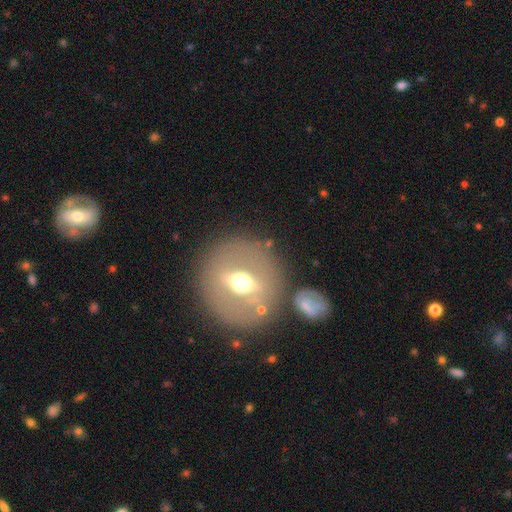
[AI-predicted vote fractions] smooth_or_featured: featured or disk (p=0.52) [alt: smooth p=0.36]
disk_edge_on: no (p=0.82) [alt: yes p=0.18]
merging: none (p=0.76) [alt: minor disturbance p=0.11]